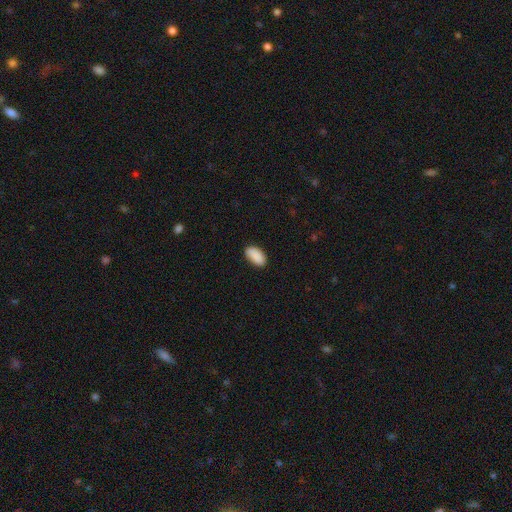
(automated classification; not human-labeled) Morphology: type=smooth (90%); roundness=in between (94%); merging=none (85%).